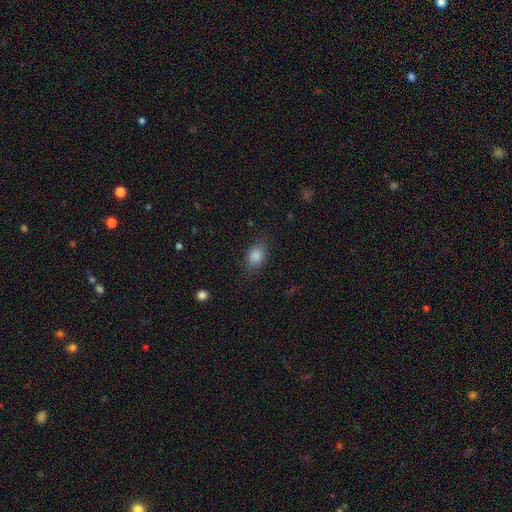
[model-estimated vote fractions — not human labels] The model was most divided on "how rounded": in between: 73%, round: 24%, cigar-shaped: 3%. More confident: smooth or featured — smooth (83%); merging — none (78%).